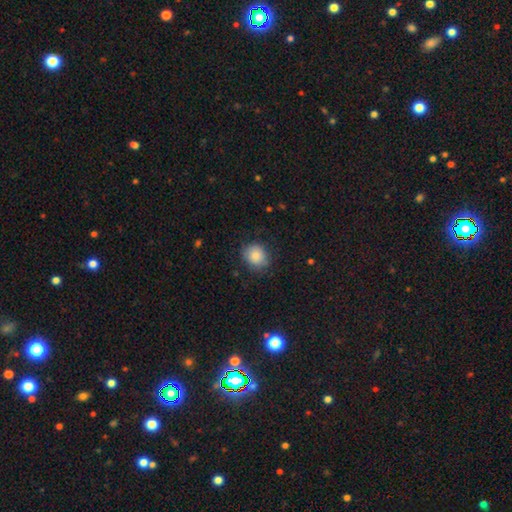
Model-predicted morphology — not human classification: smooth 84%, star or artifact 8%, featured or disk 7%. Down the decision tree: how rounded — round (72%); merging — none (79%).